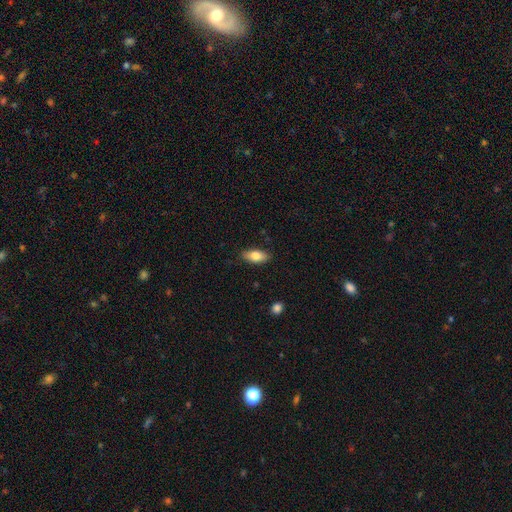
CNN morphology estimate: This is likely a smooth galaxy (80%). How rounded: clearly in between (85%). Merging: clearly none (86%).